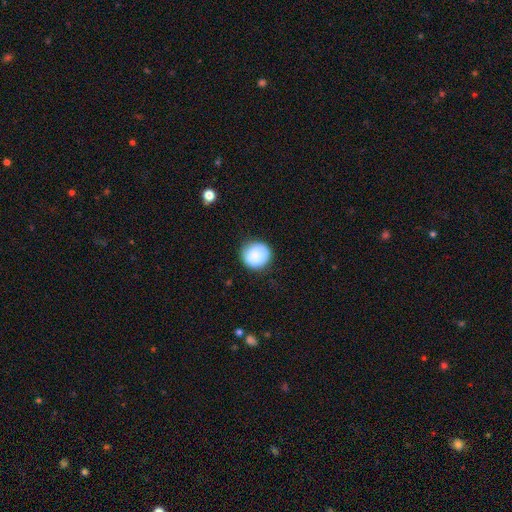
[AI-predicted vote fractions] smooth 87%, star or artifact 7%, featured or disk 5%. Down the decision tree: how rounded — round (91%); merging — none (84%).